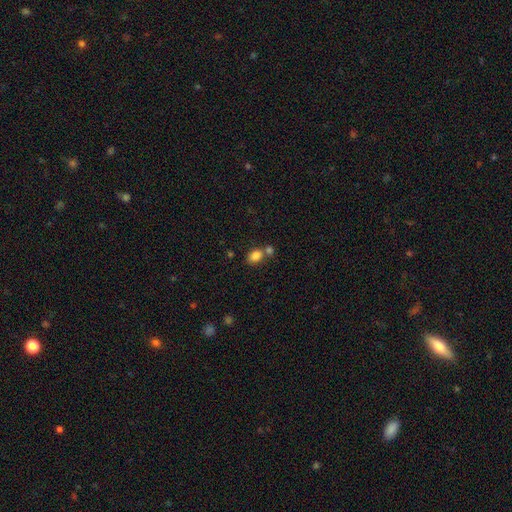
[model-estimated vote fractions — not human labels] smooth_or_featured: smooth (p=0.84) [alt: star or artifact p=0.10]
how_rounded: in between (p=0.72) [alt: round p=0.26]
merging: none (p=0.52) [alt: merger p=0.35]